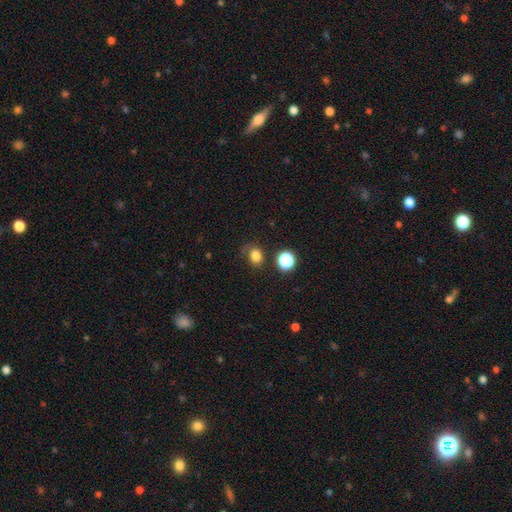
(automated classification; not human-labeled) smooth 78%, star or artifact 13%, featured or disk 9%. Down the decision tree: how rounded — round (60%); merging — none (56%).